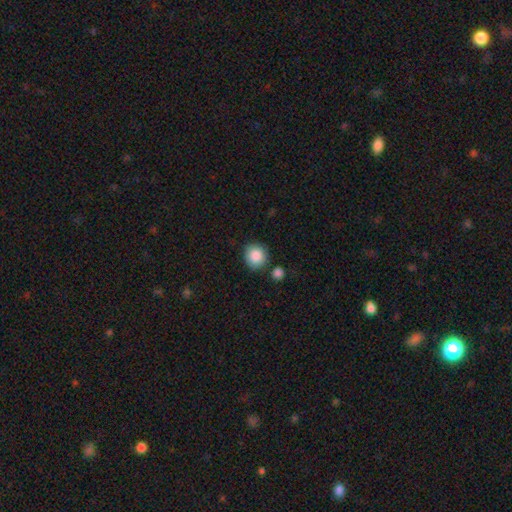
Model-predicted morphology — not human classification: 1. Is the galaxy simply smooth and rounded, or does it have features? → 88% smooth, 8% star or artifact, 5% featured or disk.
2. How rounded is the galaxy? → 87% round, 12% in between, 1% cigar-shaped.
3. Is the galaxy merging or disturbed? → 82% none, 10% minor disturbance, 6% merger, 3% major disturbance.